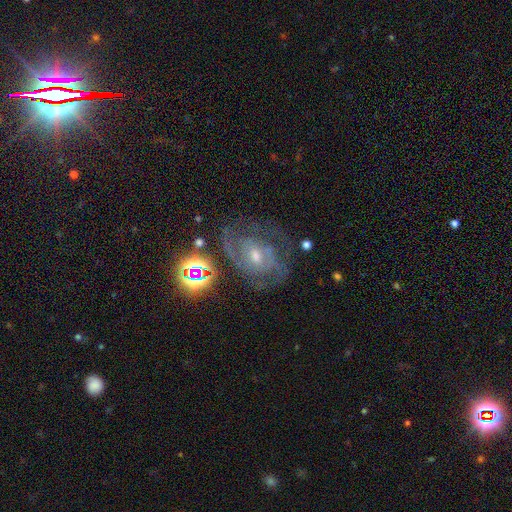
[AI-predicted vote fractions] This appears to be a featured or disk galaxy (77%) with no bar (47%), 2 (41%) medium (44%) spiral arms (88%) and a moderate central bulge (49%). Merging: none (59%).